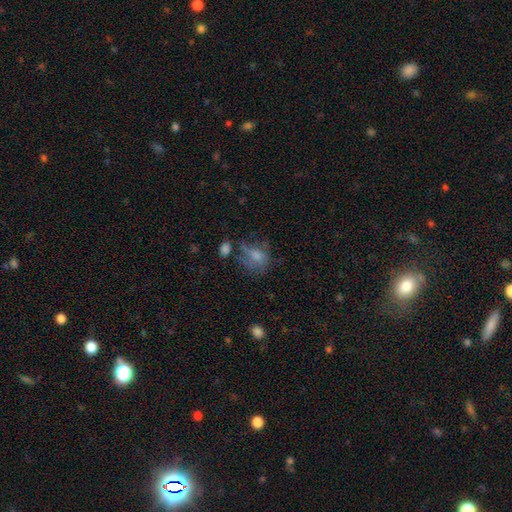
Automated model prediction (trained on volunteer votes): Smooth or featured?
  - smooth: 55% *
  - featured or disk: 31%
  - star or artifact: 14%
How rounded?
  - in between: 55% *
  - round: 43%
  - cigar-shaped: 2%
Merging?
  - none: 39% *
  - major disturbance: 29%
  - minor disturbance: 23%
  - merger: 9%